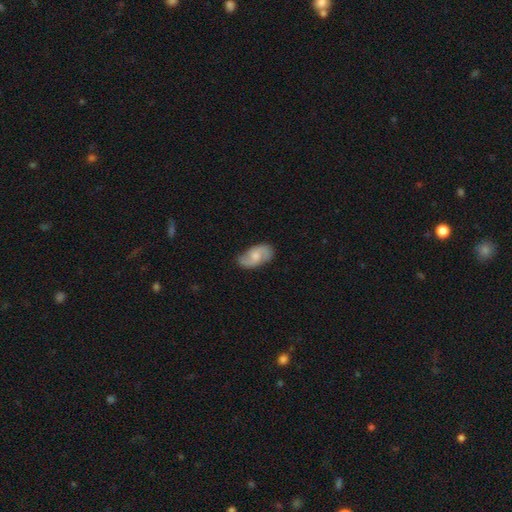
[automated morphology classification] Q: Smooth or featured?
A: featured or disk (65%); runner-up: smooth (29%)
Q: Edge-on disk?
A: no (96%); runner-up: yes (4%)
Q: Bar?
A: no (53%); runner-up: weak (41%)
Q: Spiral arms?
A: yes (92%); runner-up: no (8%)
Q: Spiral winding?
A: medium (47%); runner-up: loose (35%)
Q: Spiral arm count?
A: 2 (88%); runner-up: can't tell (7%)
Q: Bulge size?
A: moderate (48%); runner-up: small (31%)
Q: Merging?
A: none (77%); runner-up: minor disturbance (18%)